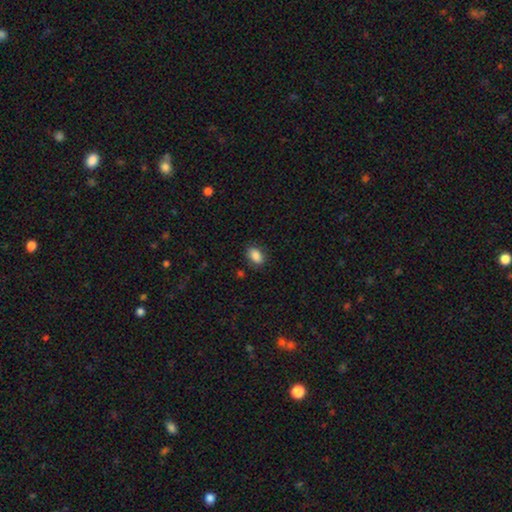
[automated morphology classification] The model was most divided on "merging": none: 84%, minor disturbance: 11%, major disturbance: 3%, merger: 1%. More confident: smooth or featured — smooth (87%); how rounded — in between (87%).